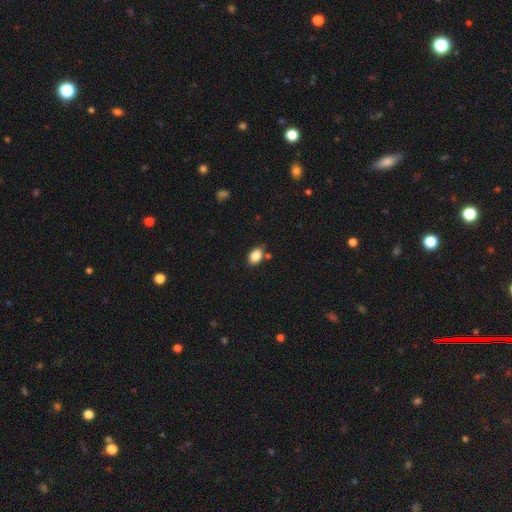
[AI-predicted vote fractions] A smooth galaxy with no disk features (86%) that is in between round and cigar-shaped (81%).

Vote fractions:
- Smooth or featured? smooth: 86% / star or artifact: 9% / featured or disk: 5%
- How rounded? in between: 81% / round: 18% / cigar-shaped: 1%
- Merging? none: 76% / minor disturbance: 15% / merger: 7% / major disturbance: 3%